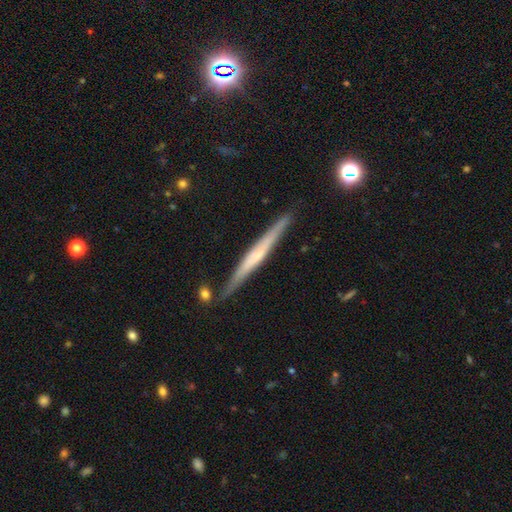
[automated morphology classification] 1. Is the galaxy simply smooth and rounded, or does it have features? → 63% featured or disk, 31% smooth, 6% star or artifact.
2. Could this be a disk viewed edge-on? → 97% yes, 3% no.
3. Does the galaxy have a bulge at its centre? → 55% none, 33% rounded, 13% boxy.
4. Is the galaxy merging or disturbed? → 86% none, 9% minor disturbance, 3% merger, 2% major disturbance.